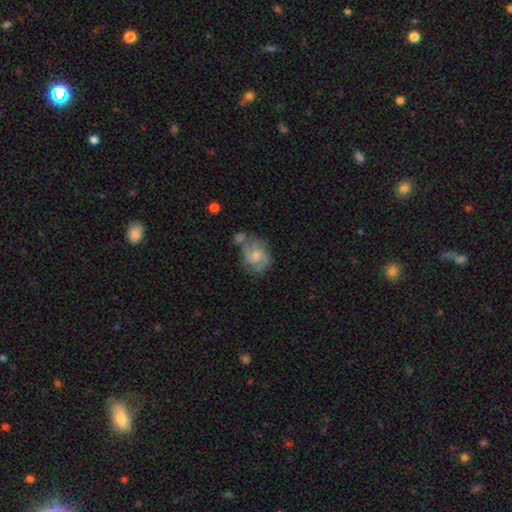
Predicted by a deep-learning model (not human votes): This appears to be a featured or disk galaxy (75%) with no bar (50%), 2 (62%) medium (50%) spiral arms (92%) and a small central bulge (43%). Merging: none (48%).